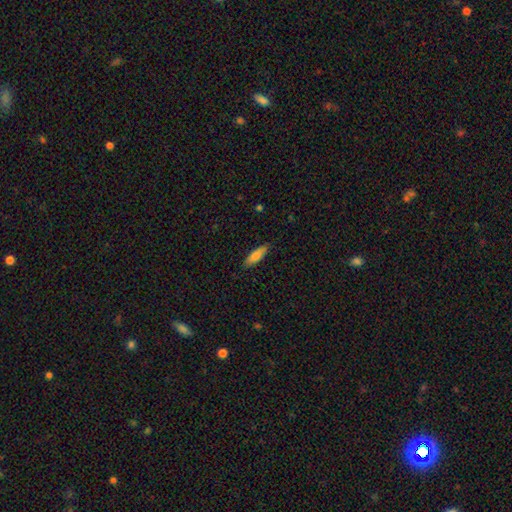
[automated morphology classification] This is likely a smooth galaxy (78%). How rounded: possibly cigar-shaped (50%). Merging: clearly none (86%).